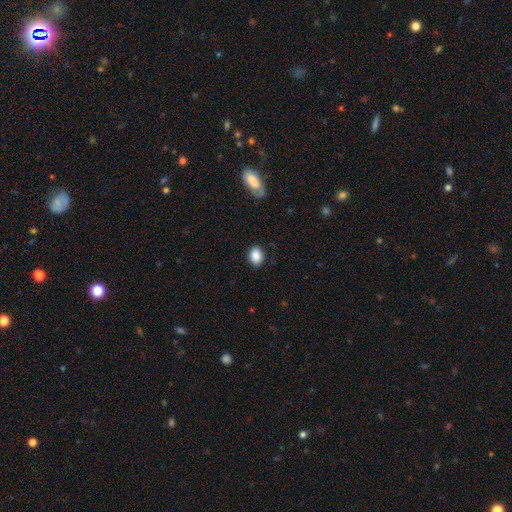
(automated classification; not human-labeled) Smooth or featured? Predicted: smooth (p=0.88). How rounded? Predicted: in between (p=0.66). Merging? Predicted: none (p=0.87).